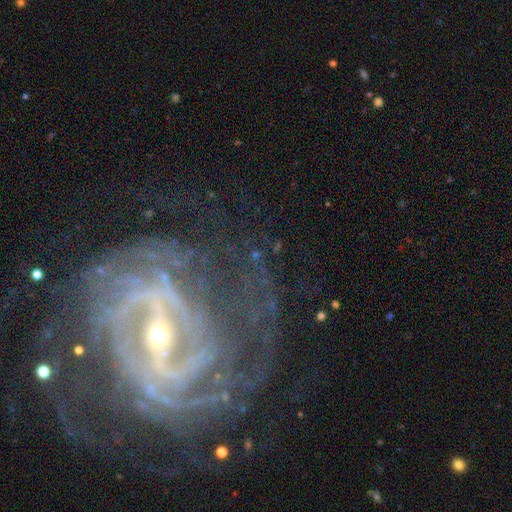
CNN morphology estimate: This appears to be a featured or disk galaxy (58%) with a strong bar (35%), spiral arms (83%) and a small central bulge (54%). Merging: none (68%).